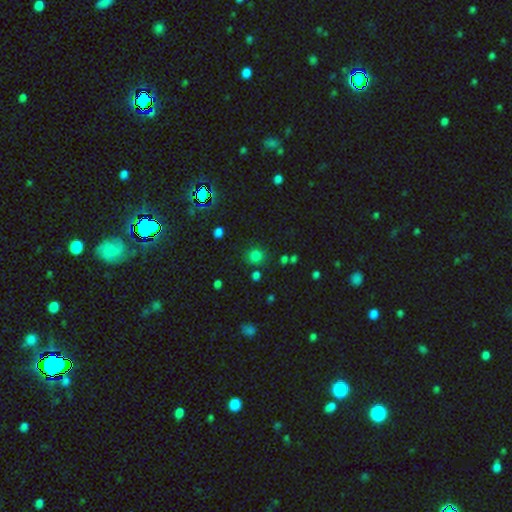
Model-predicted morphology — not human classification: Smooth or featured?
  - smooth: 73% *
  - star or artifact: 22%
  - featured or disk: 5%
How rounded?
  - round: 87% *
  - in between: 12%
  - cigar-shaped: 1%
Merging?
  - none: 80% *
  - minor disturbance: 10%
  - merger: 6%
  - major disturbance: 4%